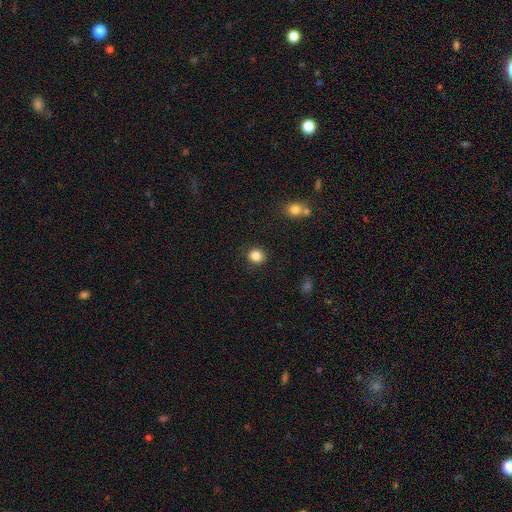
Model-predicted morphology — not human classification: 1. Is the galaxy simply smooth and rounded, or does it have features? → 85% smooth, 11% star or artifact, 4% featured or disk.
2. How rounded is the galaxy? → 84% round, 15% in between, 1% cigar-shaped.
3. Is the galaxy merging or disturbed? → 89% none, 7% minor disturbance, 2% major disturbance, 2% merger.